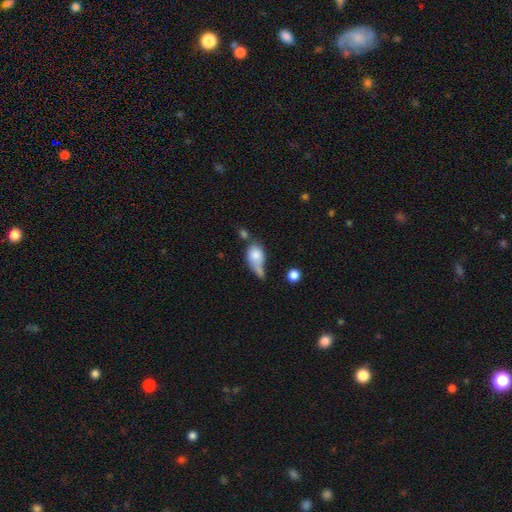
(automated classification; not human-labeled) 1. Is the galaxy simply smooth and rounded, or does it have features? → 74% smooth, 18% featured or disk, 8% star or artifact.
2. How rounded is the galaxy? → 68% in between, 27% round, 5% cigar-shaped.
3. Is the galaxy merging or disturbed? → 31% merger, 25% major disturbance, 22% minor disturbance, 21% none.